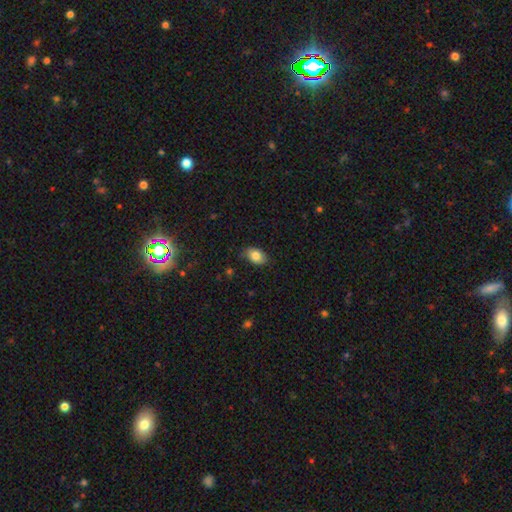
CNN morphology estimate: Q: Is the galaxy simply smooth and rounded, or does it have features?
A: smooth — 84%.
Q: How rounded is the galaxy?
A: in between — 86%.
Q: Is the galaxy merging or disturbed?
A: none — 79%.